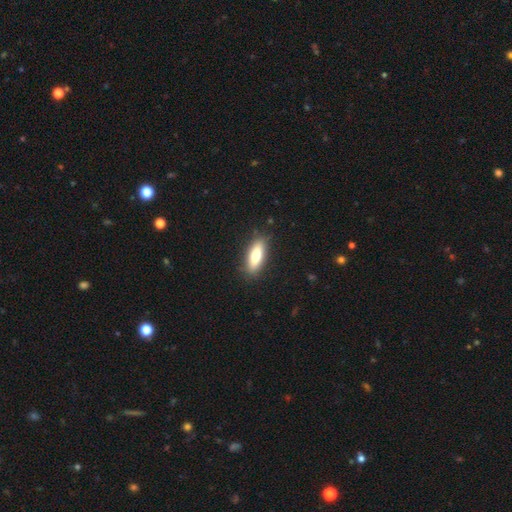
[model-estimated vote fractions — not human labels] Smooth or featured? smooth (74%)
How rounded? in between (63%)
Merging? none (85%)